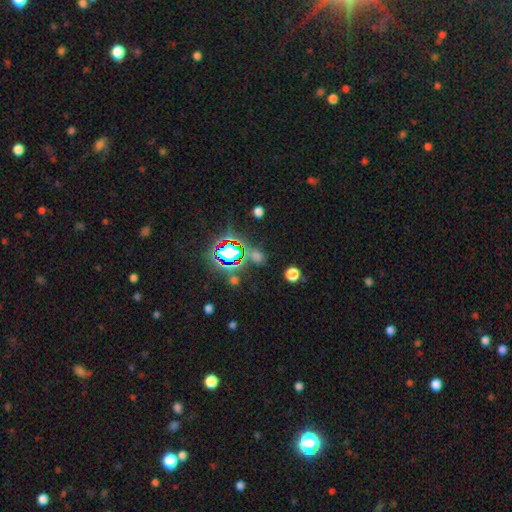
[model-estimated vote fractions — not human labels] Smooth or featured? star or artifact (47%)